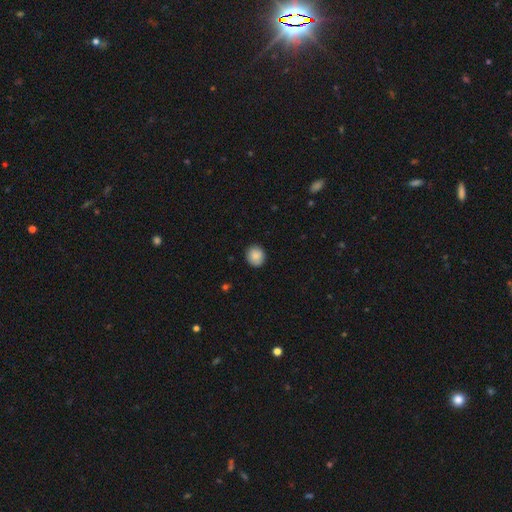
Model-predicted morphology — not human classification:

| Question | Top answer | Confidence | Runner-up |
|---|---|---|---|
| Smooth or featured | smooth | 88% | star or artifact (8%) |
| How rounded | round | 84% | in between (15%) |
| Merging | none | 88% | minor disturbance (9%) |